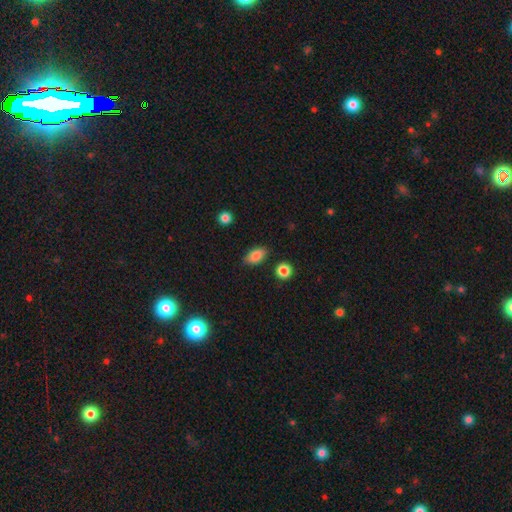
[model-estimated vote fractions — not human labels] Smooth or featured? smooth (85%)
How rounded? in between (89%)
Merging? none (84%)